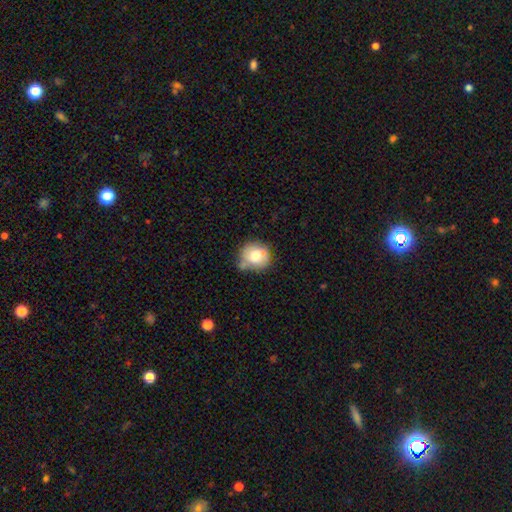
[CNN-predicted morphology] smooth 69%, featured or disk 23%, star or artifact 9%. Down the decision tree: how rounded — round (79%); merging — none (53%).